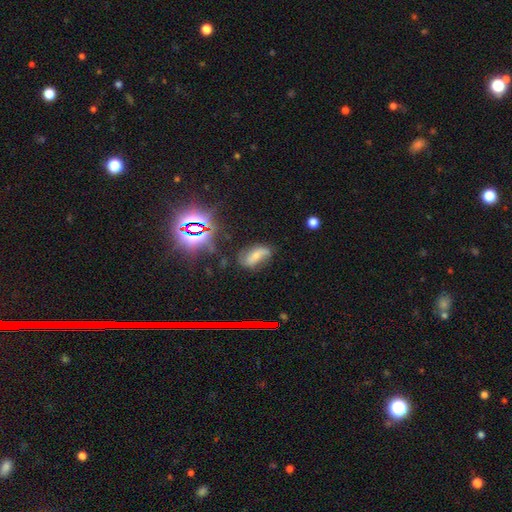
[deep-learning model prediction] Morphology: type=featured or disk (47%); merging=none (58%).